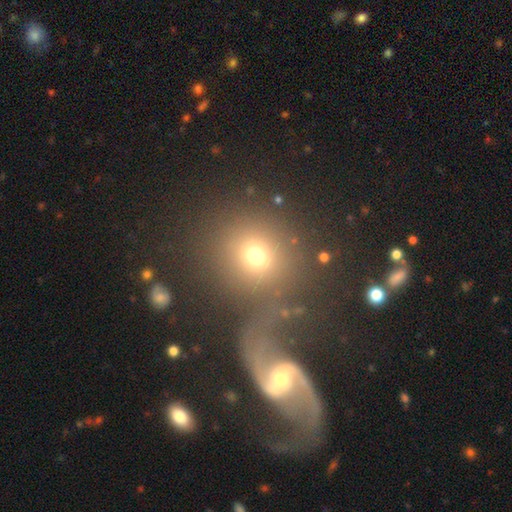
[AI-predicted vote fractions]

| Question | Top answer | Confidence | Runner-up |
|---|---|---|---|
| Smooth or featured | smooth | 67% | featured or disk (18%) |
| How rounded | round | 85% | in between (14%) |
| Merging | none | 52% | merger (27%) |